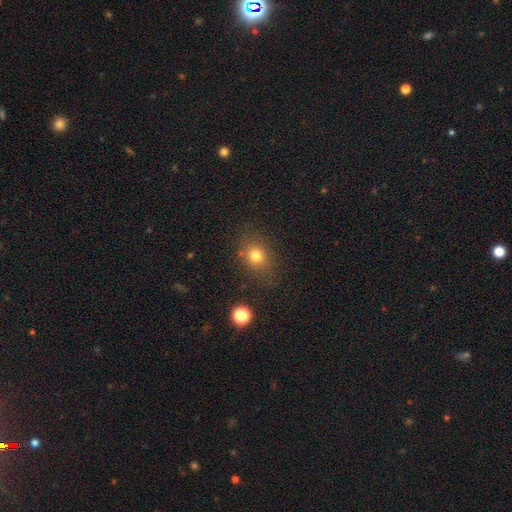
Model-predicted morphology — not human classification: This is likely a smooth galaxy (77%). How rounded: likely round (65%). Merging: likely none (78%).